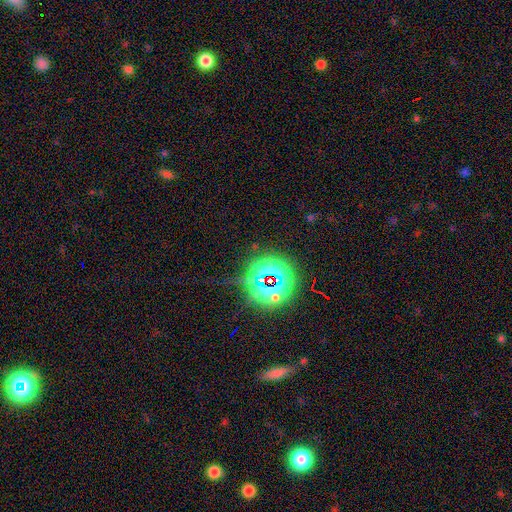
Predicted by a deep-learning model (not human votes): This appears to be a star or artifact, not a galaxy (77%).